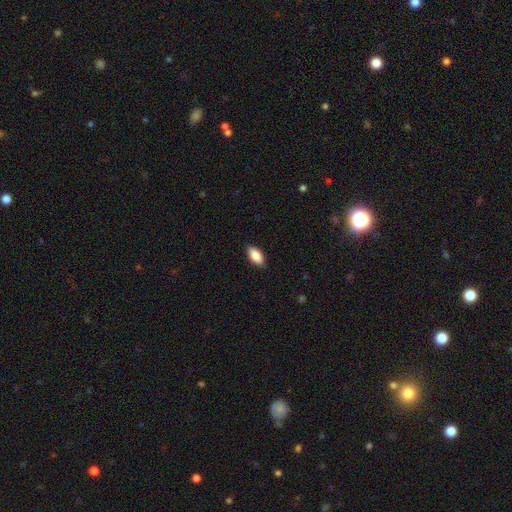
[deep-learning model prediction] A smooth galaxy with no disk features (86%) that is in between round and cigar-shaped (89%).

Vote fractions:
- Smooth or featured? smooth: 86% / featured or disk: 8% / star or artifact: 6%
- How rounded? in between: 89% / cigar-shaped: 8% / round: 2%
- Merging? none: 88% / minor disturbance: 9% / major disturbance: 2% / merger: 1%